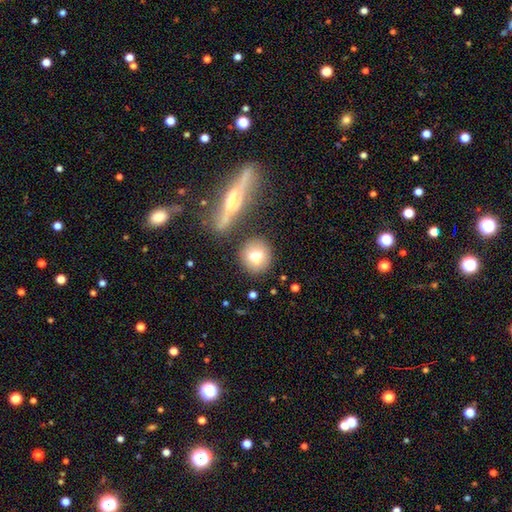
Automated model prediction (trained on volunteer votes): Smooth or featured? smooth (70%)
How rounded? round (84%)
Merging? none (63%)